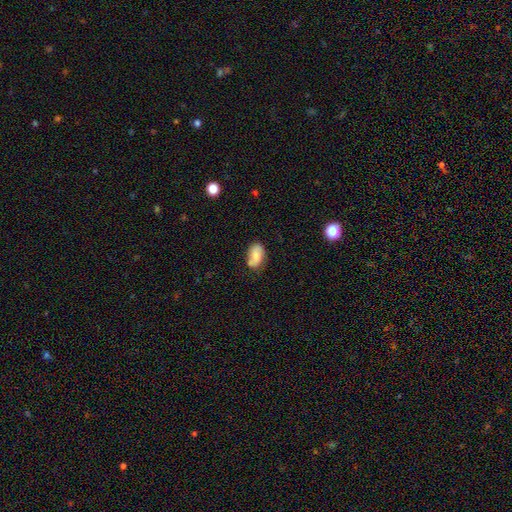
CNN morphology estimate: smooth 70%, featured or disk 22%, star or artifact 8%. Down the decision tree: how rounded — in between (91%); merging — none (63%).